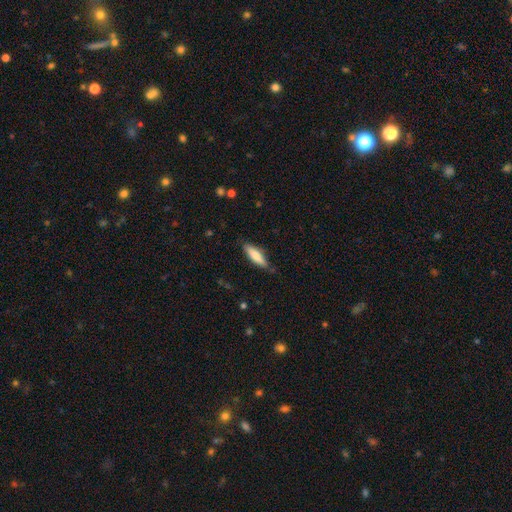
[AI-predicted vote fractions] A smooth galaxy with no disk features (79%) that is cigar-shaped (58%).

Vote fractions:
- Smooth or featured? smooth: 79% / featured or disk: 15% / star or artifact: 6%
- How rounded? cigar-shaped: 58% / in between: 41% / round: 1%
- Merging? none: 81% / minor disturbance: 15% / major disturbance: 3% / merger: 1%